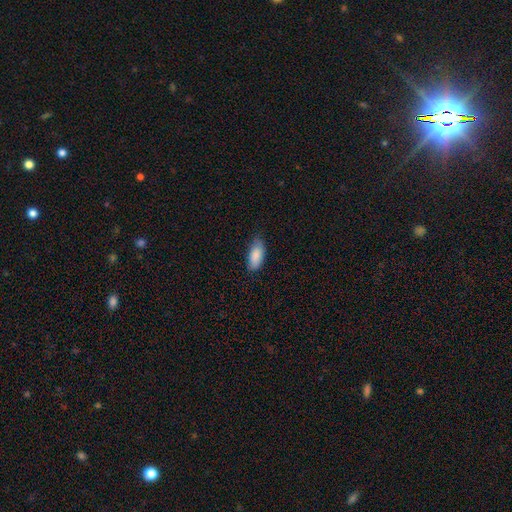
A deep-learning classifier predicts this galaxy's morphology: Overall: smooth (88%). How rounded: in between (89%). Merging: none (73%).